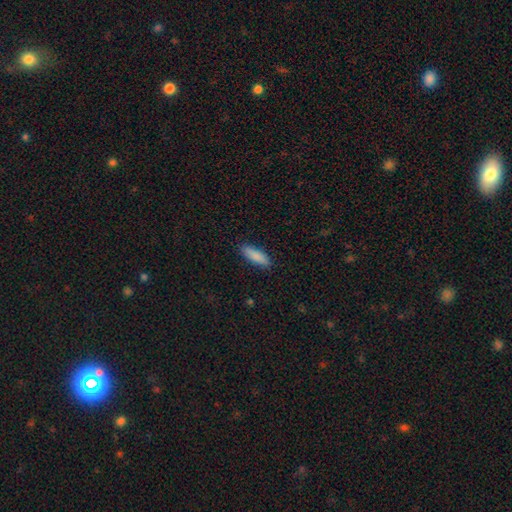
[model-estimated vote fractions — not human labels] Smooth or featured?
  - smooth: 88% *
  - featured or disk: 6%
  - star or artifact: 6%
How rounded?
  - cigar-shaped: 53% *
  - in between: 46%
  - round: 2%
Merging?
  - none: 88% *
  - minor disturbance: 9%
  - major disturbance: 2%
  - merger: 1%